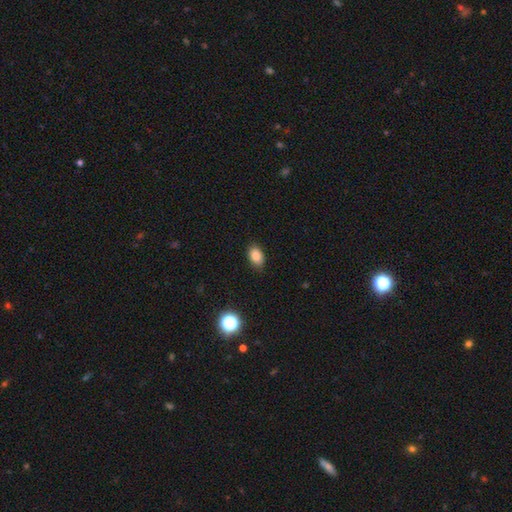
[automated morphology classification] smooth 85%, star or artifact 10%, featured or disk 6%. Down the decision tree: how rounded — in between (87%); merging — none (84%).